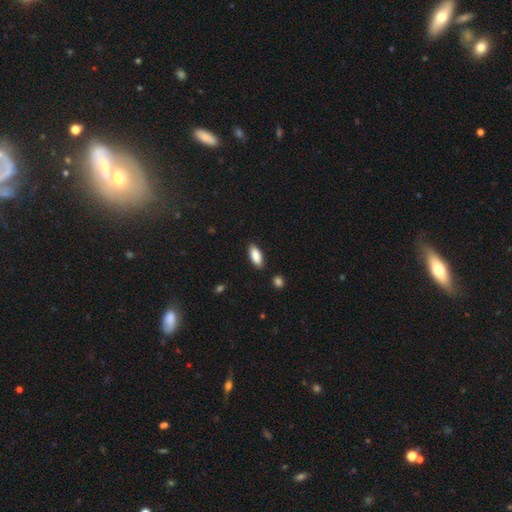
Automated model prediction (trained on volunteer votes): smooth 88%, star or artifact 6%, featured or disk 5%. Down the decision tree: how rounded — in between (81%); merging — none (87%).